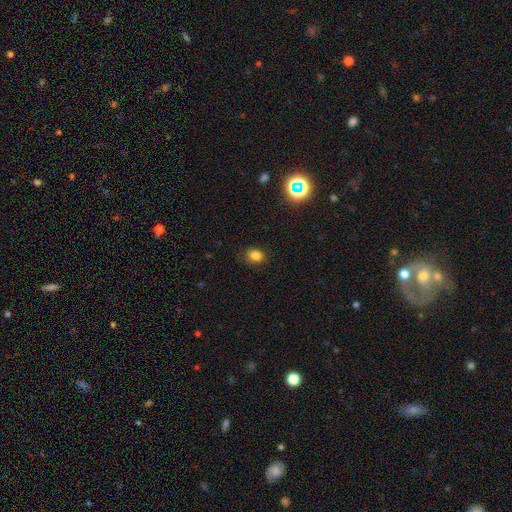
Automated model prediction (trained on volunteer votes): Overall: smooth (81%). How rounded: round (62%; in between 37%). Merging: none (85%).